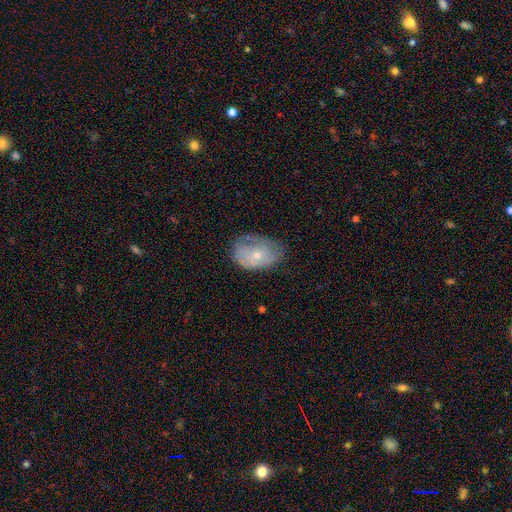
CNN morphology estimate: This appears to be a featured or disk galaxy (51%). Merging: none (55%).